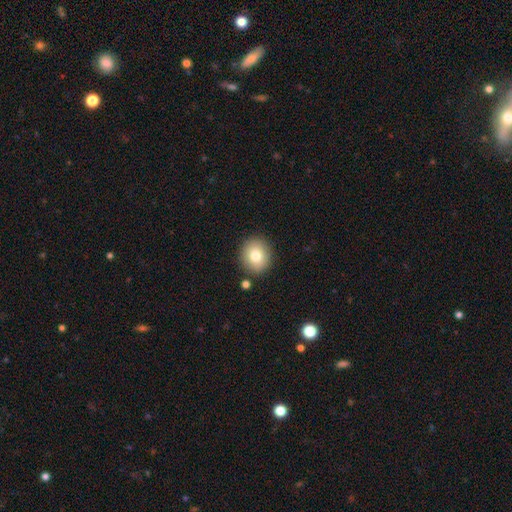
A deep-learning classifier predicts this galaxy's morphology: Smooth or featured? smooth (79%)
How rounded? round (83%)
Merging? none (86%)